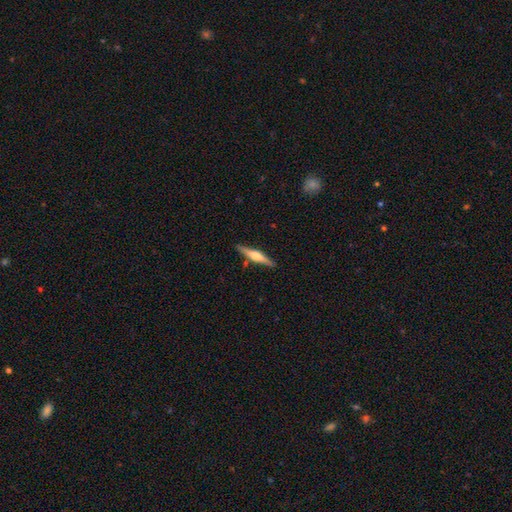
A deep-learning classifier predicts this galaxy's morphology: A featured or disk galaxy (64%) viewed edge-on (97%) with a rounded central bulge (89%). Merging: none (88%).